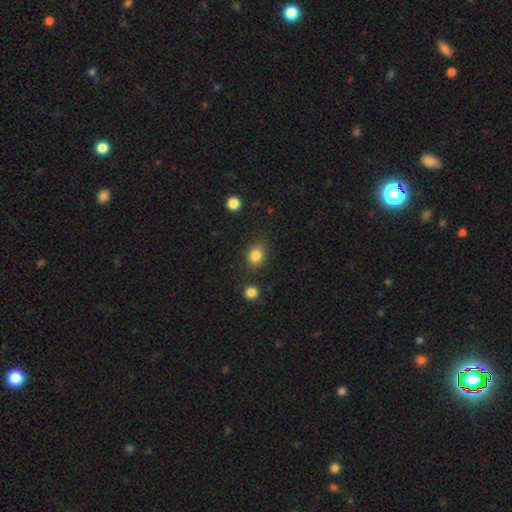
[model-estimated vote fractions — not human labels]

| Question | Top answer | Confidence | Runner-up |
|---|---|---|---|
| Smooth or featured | smooth | 84% | star or artifact (11%) |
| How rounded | round | 58% | in between (41%) |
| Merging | none | 76% | minor disturbance (16%) |